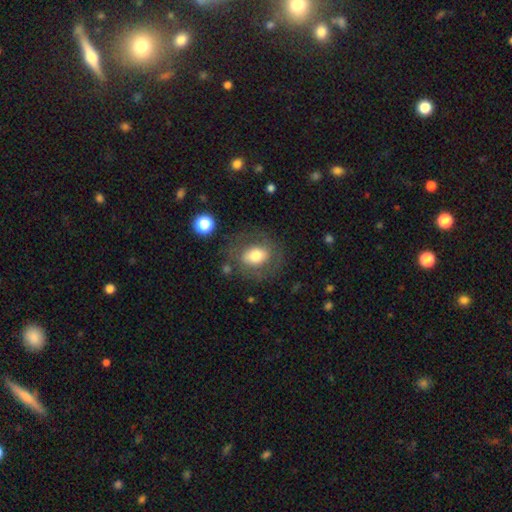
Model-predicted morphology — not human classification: This is likely a smooth galaxy (62%). How rounded: possibly in between (52%). Merging: likely none (73%).